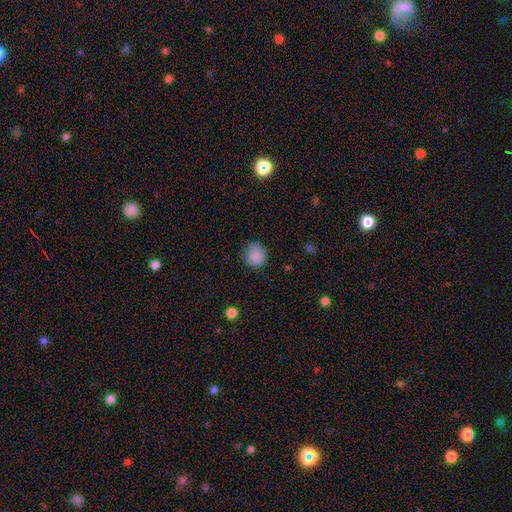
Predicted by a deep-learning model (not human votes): This appears to be a smooth galaxy with no disk features (87%) that is round (82%). Merging: none (77%).